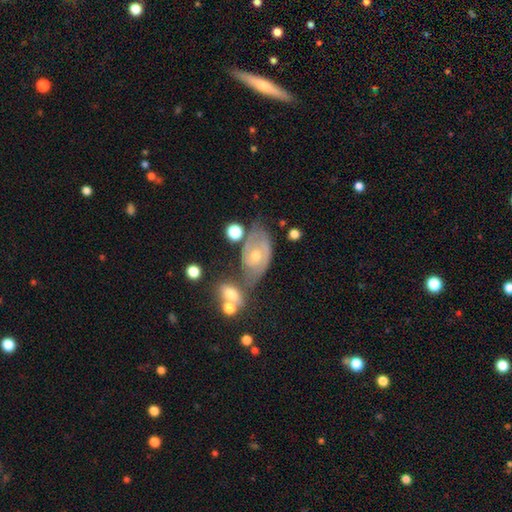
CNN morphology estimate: This appears to be a featured or disk galaxy (73%) with no bar (74%), 2 (48%) tight (57%) spiral arms (78%) and a moderate central bulge (59%). Merging: none (43%).